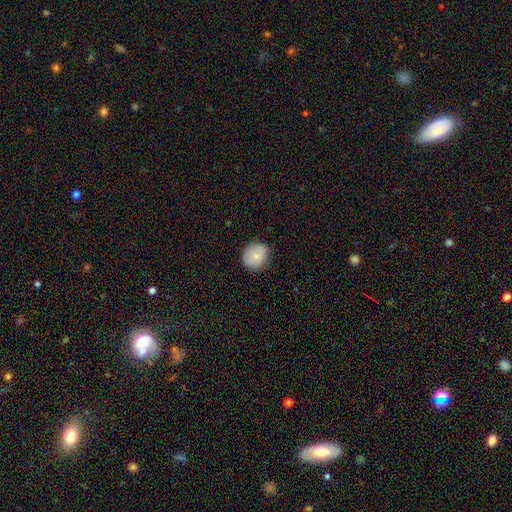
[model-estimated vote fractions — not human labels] Morphology: type=smooth (78%); roundness=round (77%); merging=none (82%).